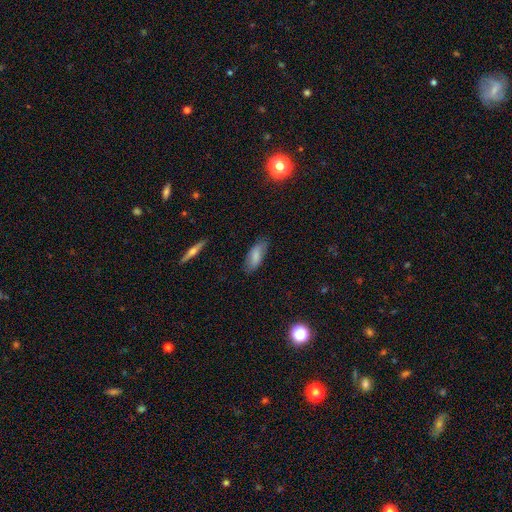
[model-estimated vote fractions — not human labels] A smooth galaxy with no disk features (76%) that is in between round and cigar-shaped (80%).

Vote fractions:
- Smooth or featured? smooth: 76% / featured or disk: 17% / star or artifact: 7%
- How rounded? in between: 80% / cigar-shaped: 18% / round: 2%
- Merging? none: 76% / minor disturbance: 19% / major disturbance: 4% / merger: 1%